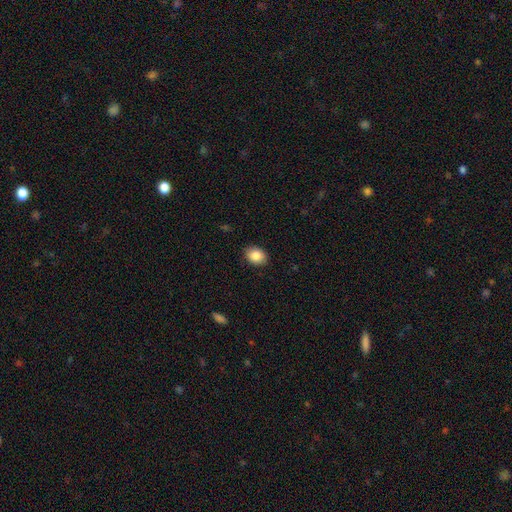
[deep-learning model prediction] The model was most divided on "how rounded": in between: 59%, round: 40%, cigar-shaped: 1%. More confident: merging — none (89%); smooth or featured — smooth (86%).